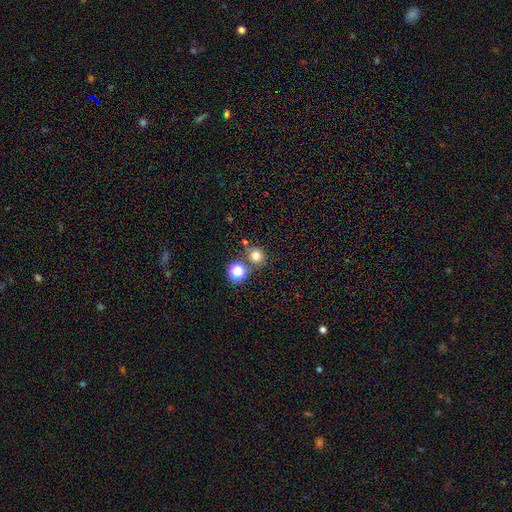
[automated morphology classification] smooth_or_featured: smooth (p=0.74) [alt: star or artifact p=0.19]
how_rounded: round (p=0.89) [alt: in between p=0.10]
merging: none (p=0.76) [alt: merger p=0.13]